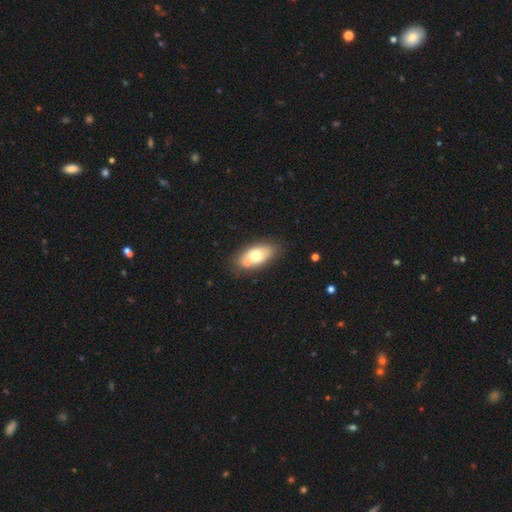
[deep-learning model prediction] Q: Smooth or featured?
A: smooth (63%); runner-up: featured or disk (30%)
Q: How rounded?
A: in between (89%); runner-up: cigar-shaped (6%)
Q: Merging?
A: none (65%); runner-up: merger (16%)